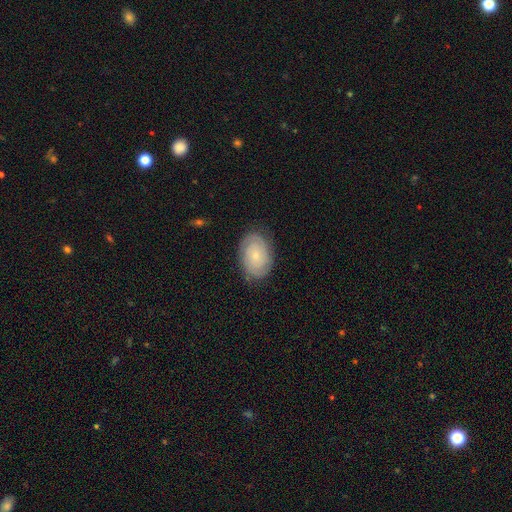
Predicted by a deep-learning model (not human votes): Overall: featured or disk (65%; smooth 28%). Edge-on disk: no (96%). Bar: no (78%). Spiral arms: yes (91%). Spiral arm count: 2 (49%; can't tell 30%). Spiral winding: tight (74%). Bulge size: small (74%). Merging: none (81%).